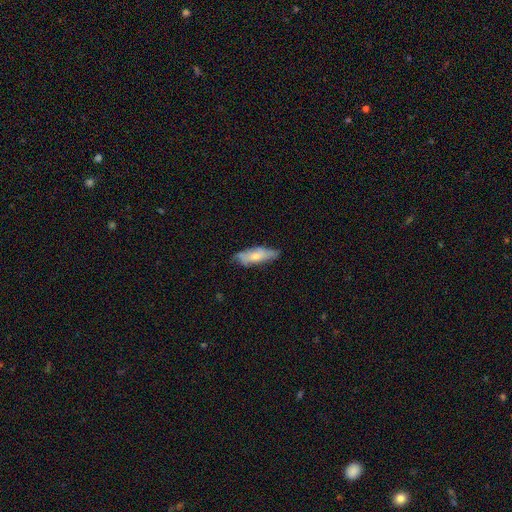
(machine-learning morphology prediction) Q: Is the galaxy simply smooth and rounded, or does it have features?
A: smooth — 62%.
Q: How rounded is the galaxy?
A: in between — 56%.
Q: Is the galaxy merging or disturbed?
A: none — 64%.